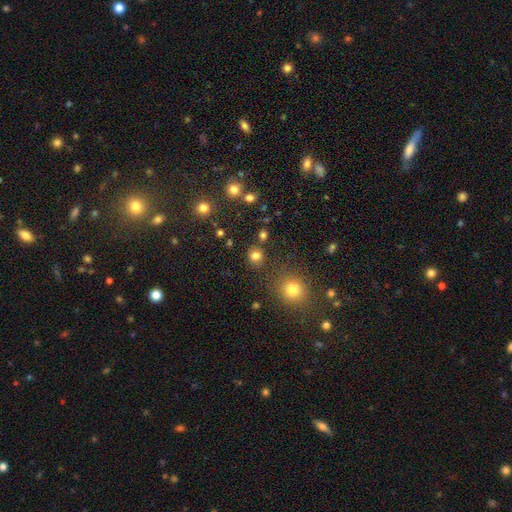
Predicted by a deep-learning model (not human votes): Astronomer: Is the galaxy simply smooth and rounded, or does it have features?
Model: smooth — 80%.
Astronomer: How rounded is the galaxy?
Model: round — 84%.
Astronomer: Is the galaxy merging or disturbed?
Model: none — 82%.